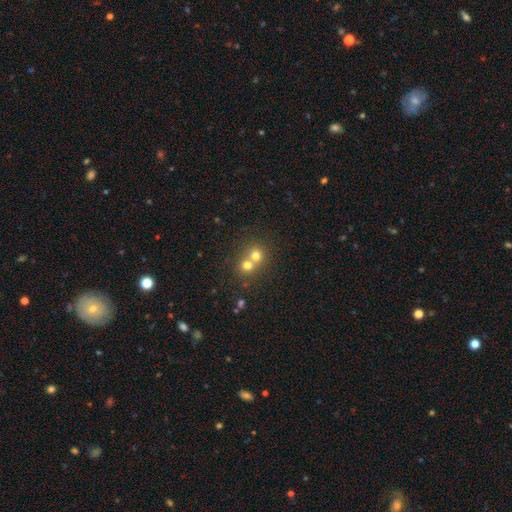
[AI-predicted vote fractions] Smooth or featured? Predicted: smooth (p=0.70). How rounded? Predicted: round (p=0.83). Merging? Predicted: merger (p=0.59).